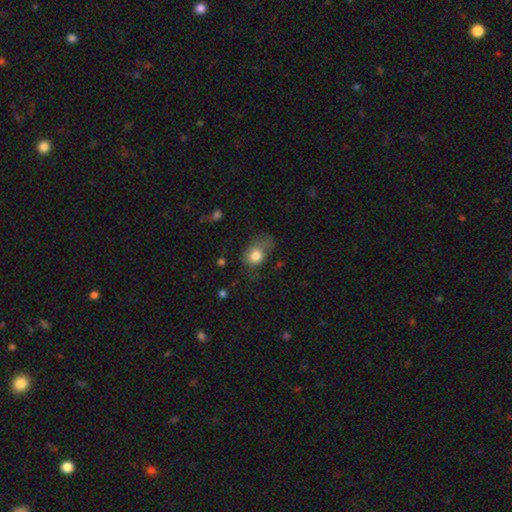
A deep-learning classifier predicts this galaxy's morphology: smooth 77%, featured or disk 14%, star or artifact 9%. Down the decision tree: how rounded — in between (53%); merging — none (38%).